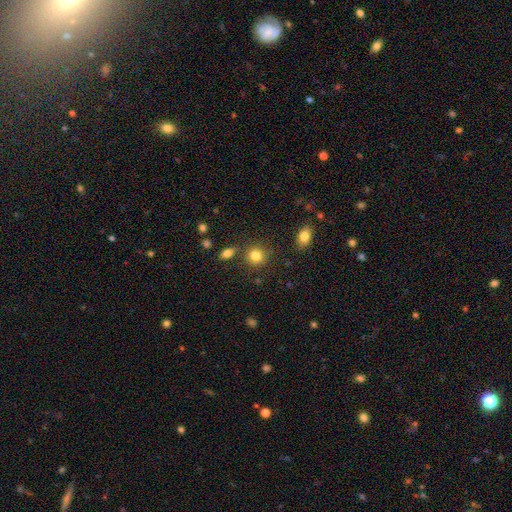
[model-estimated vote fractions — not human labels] Smooth or featured?
  - smooth: 84% *
  - star or artifact: 10%
  - featured or disk: 6%
How rounded?
  - round: 84% *
  - in between: 15%
  - cigar-shaped: 1%
Merging?
  - none: 80% *
  - minor disturbance: 9%
  - merger: 7%
  - major disturbance: 3%